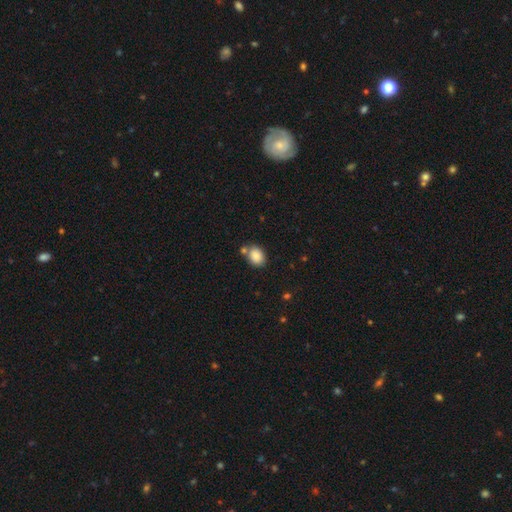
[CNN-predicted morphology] smooth 87%, star or artifact 8%, featured or disk 5%. Down the decision tree: how rounded — in between (56%); merging — none (64%).